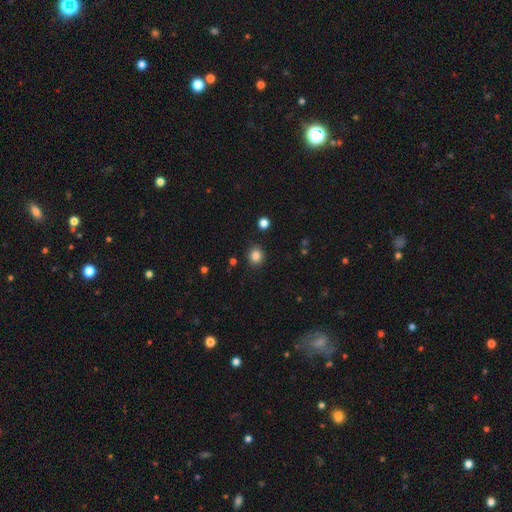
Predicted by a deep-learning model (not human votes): A smooth galaxy with no disk features (85%) that is round (76%).

Vote fractions:
- Smooth or featured? smooth: 85% / star or artifact: 11% / featured or disk: 4%
- How rounded? round: 76% / in between: 23% / cigar-shaped: 1%
- Merging? none: 88% / minor disturbance: 8% / major disturbance: 2% / merger: 2%